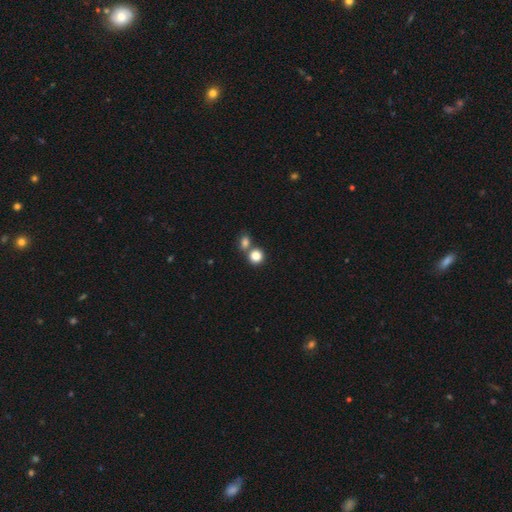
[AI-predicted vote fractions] smooth 83%, star or artifact 11%, featured or disk 6%. Down the decision tree: how rounded — round (86%); merging — none (55%).